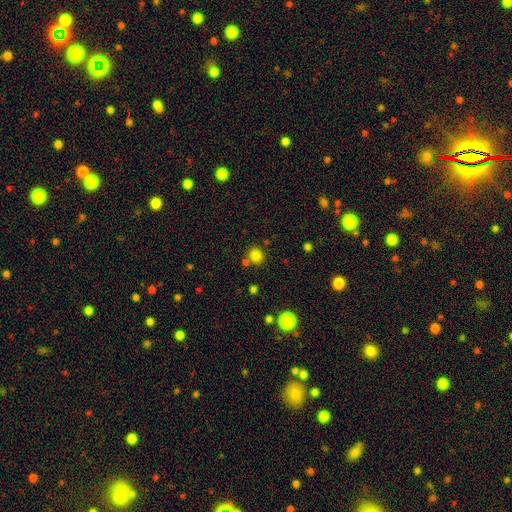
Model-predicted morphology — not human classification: Smooth or featured? Predicted: smooth (p=0.81). How rounded? Predicted: round (p=0.86). Merging? Predicted: none (p=0.74).